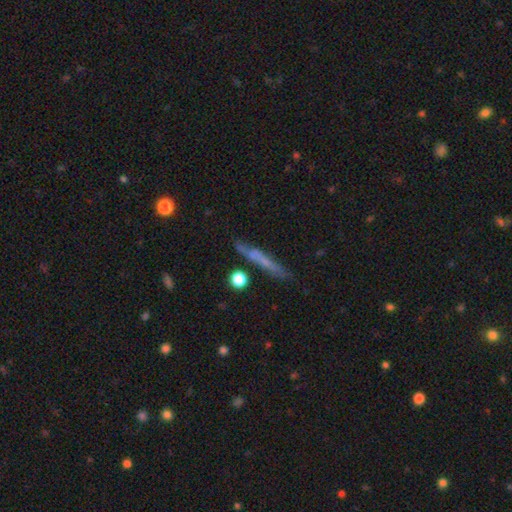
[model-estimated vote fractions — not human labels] Smooth or featured? smooth (49%)
Merging? none (80%)